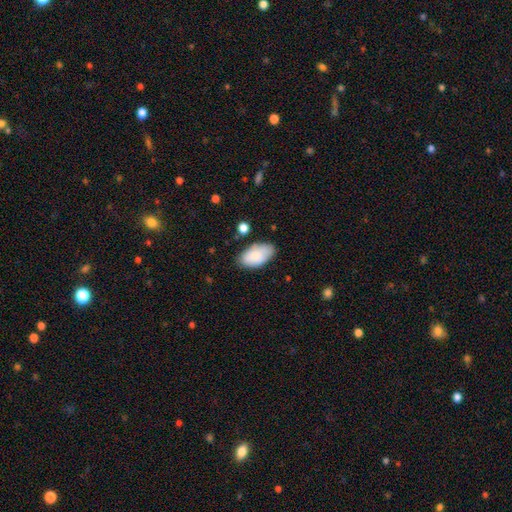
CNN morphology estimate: A smooth galaxy with no disk features (84%) that is in between round and cigar-shaped (95%). Merging: none (74%).